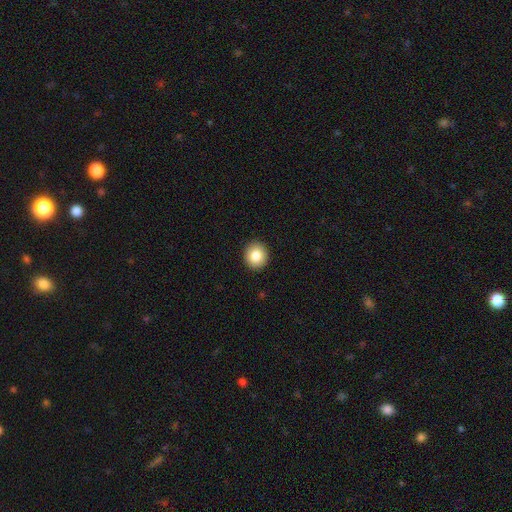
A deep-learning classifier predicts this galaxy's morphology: smooth 84%, star or artifact 9%, featured or disk 7%. Down the decision tree: how rounded — round (87%); merging — none (93%).